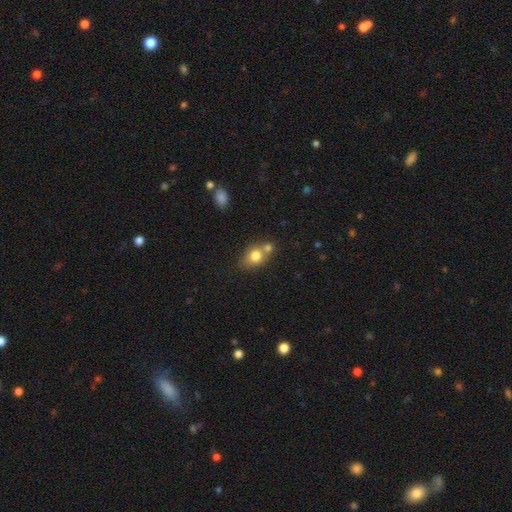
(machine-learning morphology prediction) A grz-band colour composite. It shows a smooth galaxy with no disk features (77%) that is round (50%). Merging: none (46%).